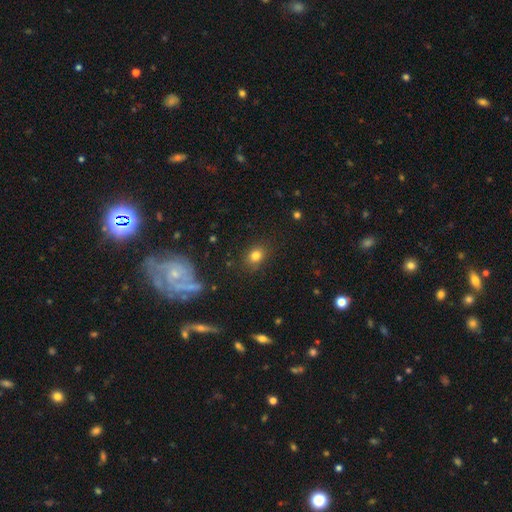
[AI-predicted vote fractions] Smooth or featured: smooth — 81% (star or artifact — 12%)
How rounded: round — 55% (in between — 44%)
Merging: none — 85% (minor disturbance — 10%)